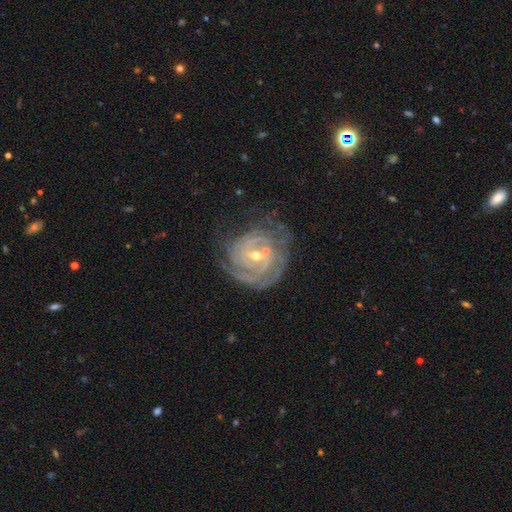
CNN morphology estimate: Q: Smooth or featured?
A: featured or disk (88%); runner-up: star or artifact (6%)
Q: Edge-on disk?
A: no (98%); runner-up: yes (2%)
Q: Bar?
A: no (45%); runner-up: weak (41%)
Q: Spiral arms?
A: yes (97%); runner-up: no (3%)
Q: Spiral winding?
A: tight (82%); runner-up: medium (15%)
Q: Spiral arm count?
A: can't tell (28%); runner-up: 3 (24%)
Q: Bulge size?
A: small (56%); runner-up: moderate (41%)
Q: Merging?
A: none (65%); runner-up: minor disturbance (20%)